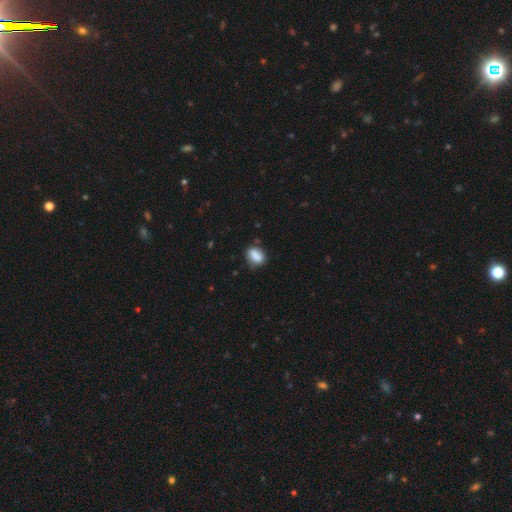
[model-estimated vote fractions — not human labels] Smooth or featured: smooth — 85% (star or artifact — 8%)
How rounded: in between — 74% (round — 23%)
Merging: none — 70% (minor disturbance — 22%)